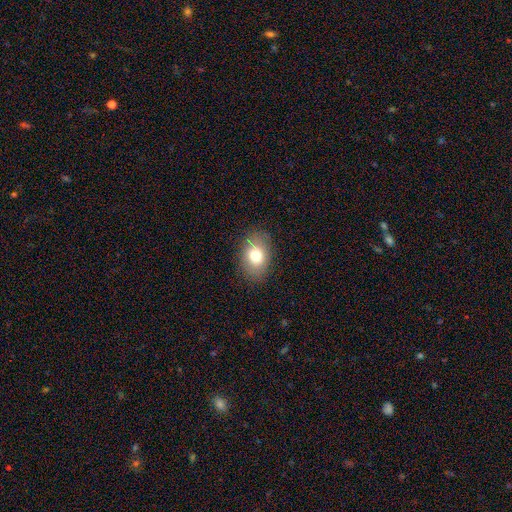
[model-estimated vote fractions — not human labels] Morphology: type=smooth (74%); roundness=in between (79%); merging=none (84%).